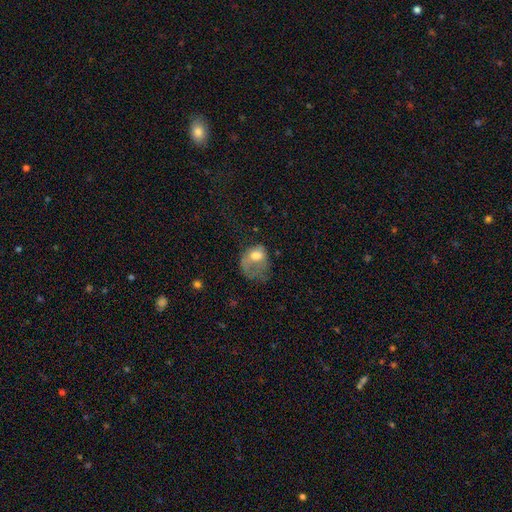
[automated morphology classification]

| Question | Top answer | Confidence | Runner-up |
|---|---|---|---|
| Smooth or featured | smooth | 60% | featured or disk (31%) |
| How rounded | in between | 58% | round (41%) |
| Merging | major disturbance | 61% | minor disturbance (21%) |